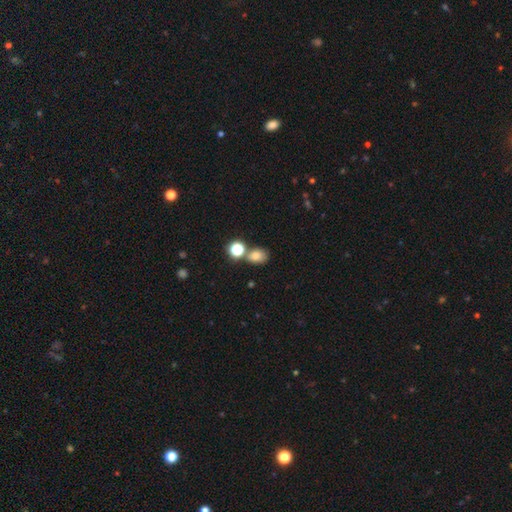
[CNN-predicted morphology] Overall: smooth (77%). How rounded: in between (59%; round 40%). Merging: none (59%; merger 23%).